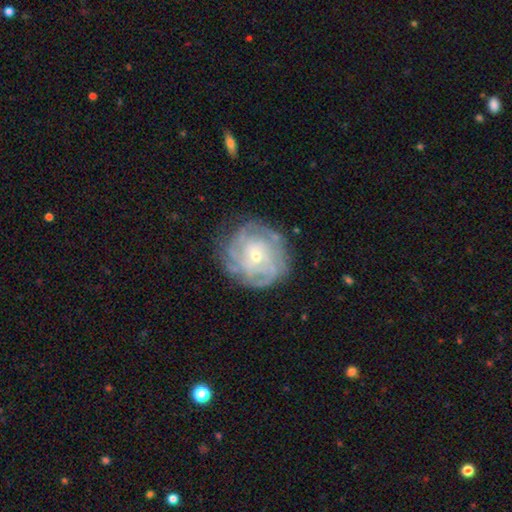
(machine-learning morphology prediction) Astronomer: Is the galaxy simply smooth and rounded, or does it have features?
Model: featured or disk — 80%.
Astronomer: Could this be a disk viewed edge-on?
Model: no — 97%.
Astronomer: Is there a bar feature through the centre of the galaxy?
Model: no — 76%.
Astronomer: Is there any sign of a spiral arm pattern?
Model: yes — 89%.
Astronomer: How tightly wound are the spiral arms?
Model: tight — 72%.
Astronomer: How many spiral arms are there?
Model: can't tell — 46%.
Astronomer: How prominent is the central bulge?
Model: small — 67%.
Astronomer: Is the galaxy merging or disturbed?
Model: none — 76%.